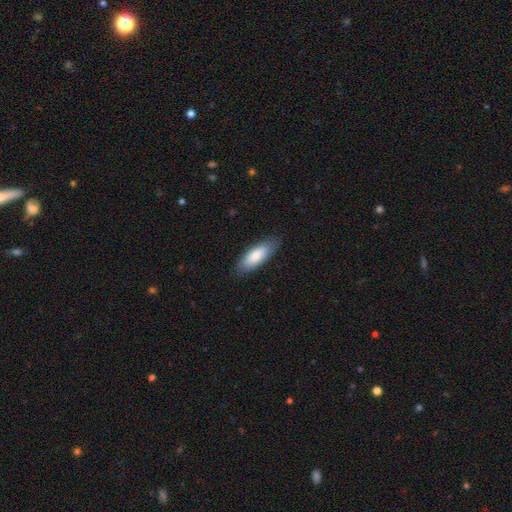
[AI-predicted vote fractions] A smooth galaxy with no disk features (82%) that is in between round and cigar-shaped (71%). Merging: none (84%).